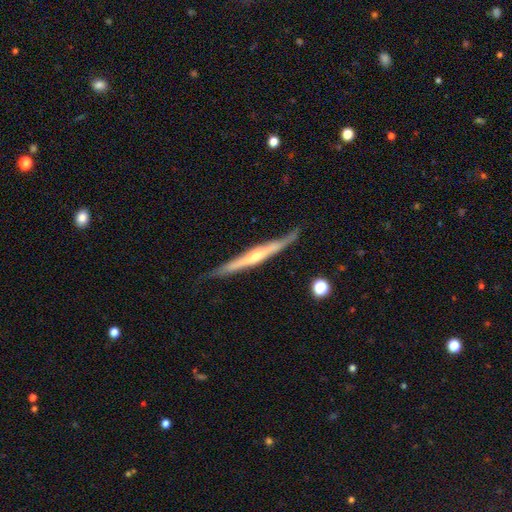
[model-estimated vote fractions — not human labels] A featured or disk galaxy (78%) viewed edge-on (96%) with a rounded central bulge (74%).

Vote fractions:
- Smooth or featured? featured or disk: 78% / smooth: 17% / star or artifact: 6%
- Edge-on disk? yes: 96% / no: 4%
- Edge-on bulge? rounded: 74% / none: 20% / boxy: 6%
- Merging? none: 81% / minor disturbance: 15% / major disturbance: 3% / merger: 2%